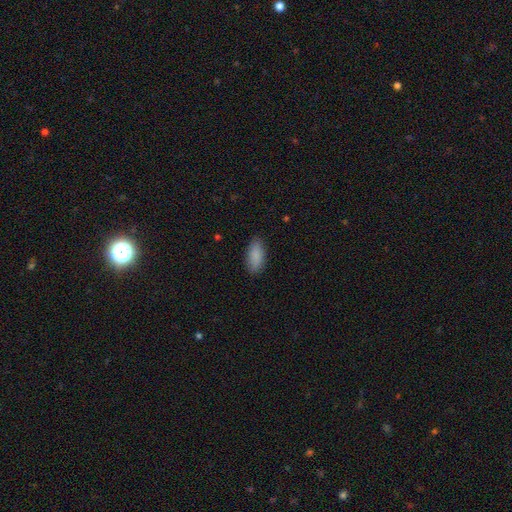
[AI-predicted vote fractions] smooth 88%, star or artifact 6%, featured or disk 5%. Down the decision tree: how rounded — in between (85%); merging — none (85%).